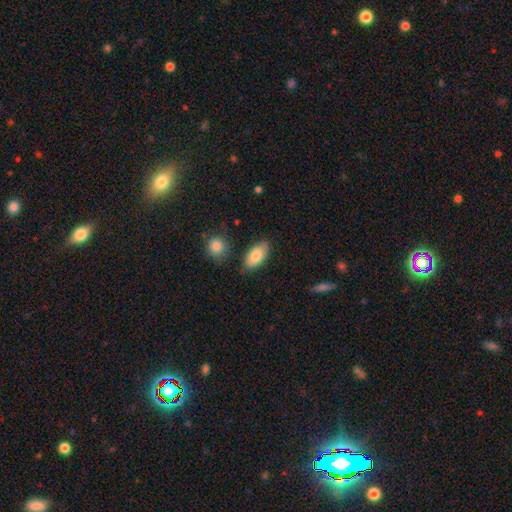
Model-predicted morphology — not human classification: smooth-or-featured: smooth: 83% | featured or disk: 11% | star or artifact: 6%
  how-rounded: in between: 91% | cigar-shaped: 6% | round: 3%
  merging: none: 79% | minor disturbance: 13% | merger: 4% | major disturbance: 3%